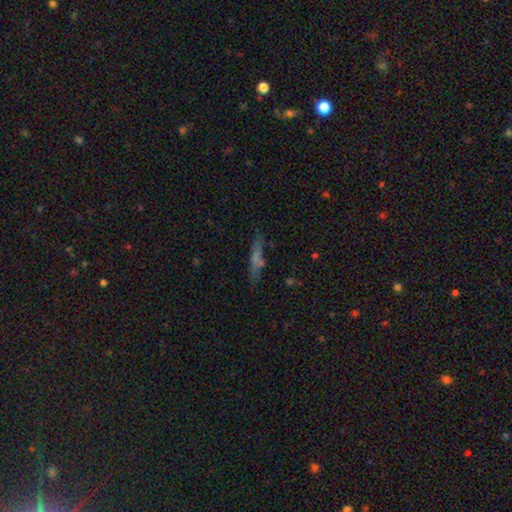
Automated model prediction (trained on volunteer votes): Morphology: type=smooth (47%); merging=none (78%).